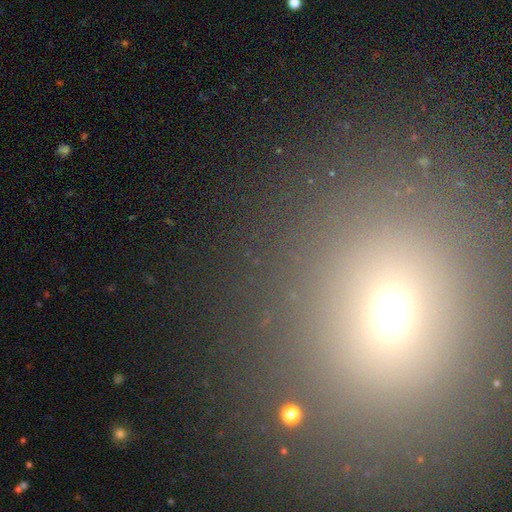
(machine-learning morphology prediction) This appears to be a smooth galaxy with no disk features (55%) that is round (78%). Merging: none (84%).